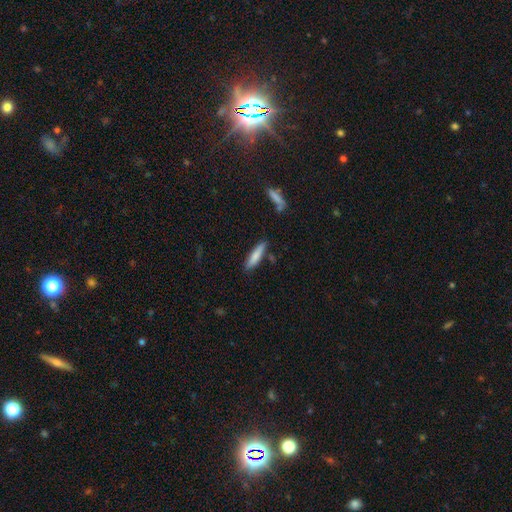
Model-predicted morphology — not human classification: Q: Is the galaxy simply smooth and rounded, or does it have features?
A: smooth — 80%.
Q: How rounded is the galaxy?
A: cigar-shaped — 78%.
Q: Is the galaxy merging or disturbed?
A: none — 81%.